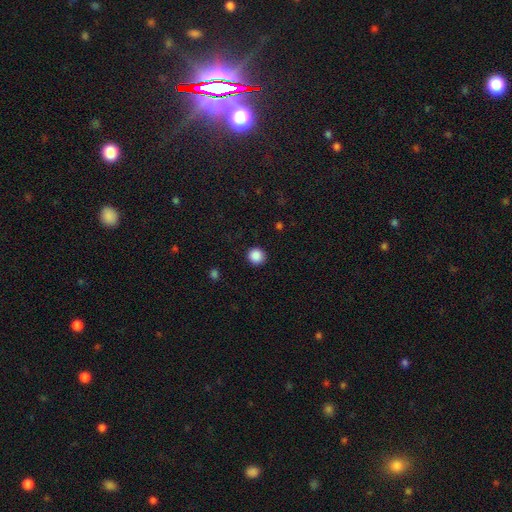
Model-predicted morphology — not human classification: type=smooth (88%); roundness=round (93%); merging=none (91%).